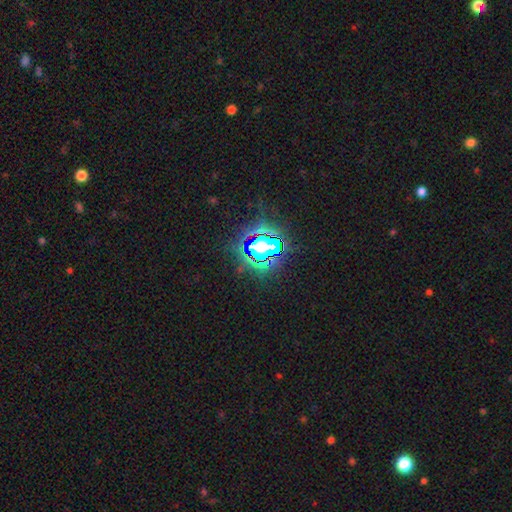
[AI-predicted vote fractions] The model was most divided on "smooth or featured": star or artifact: 81%, smooth: 11%, featured or disk: 8%.